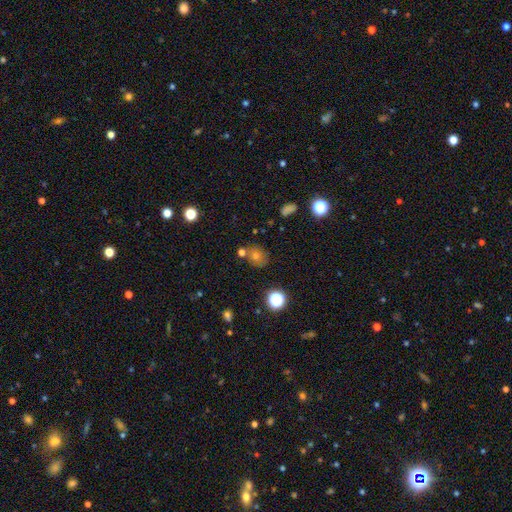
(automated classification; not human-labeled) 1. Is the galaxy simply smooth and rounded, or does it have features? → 54% smooth, 26% star or artifact, 20% featured or disk.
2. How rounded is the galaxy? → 71% round, 27% in between, 1% cigar-shaped.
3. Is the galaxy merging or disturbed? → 73% none, 13% minor disturbance, 9% merger, 5% major disturbance.